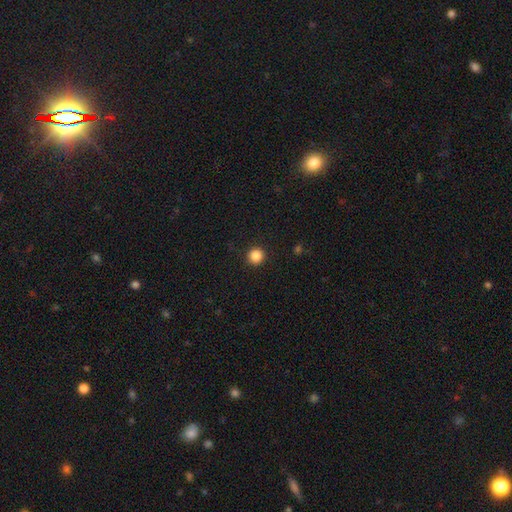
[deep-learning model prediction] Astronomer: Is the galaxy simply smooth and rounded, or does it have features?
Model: smooth — 86%.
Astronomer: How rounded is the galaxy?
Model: round — 95%.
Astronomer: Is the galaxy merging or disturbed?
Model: none — 93%.